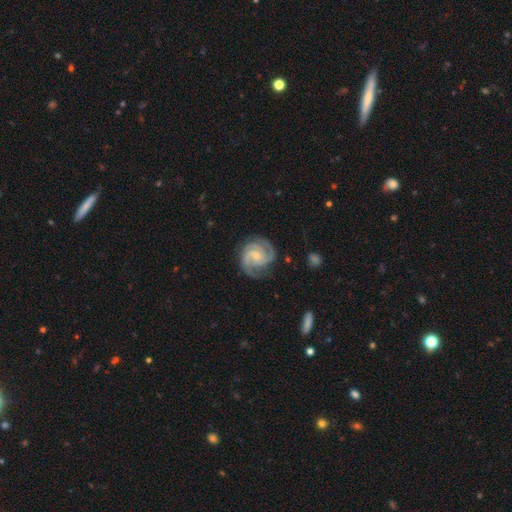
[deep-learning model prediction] This appears to be a featured or disk galaxy (92%) with no bar (59%), 3 (46%) tight (60%) spiral arms (99%) and a small central bulge (63%). Merging: none (78%).